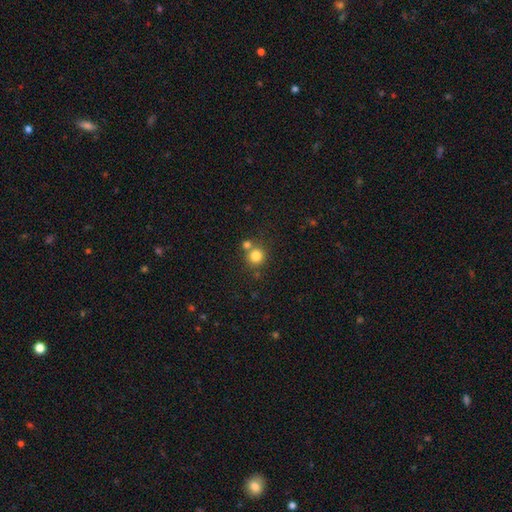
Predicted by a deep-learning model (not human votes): Smooth or featured? Predicted: smooth (p=0.81). How rounded? Predicted: round (p=0.92). Merging? Predicted: none (p=0.65).